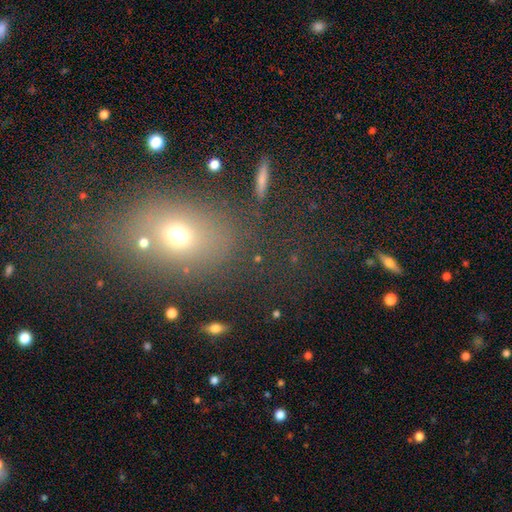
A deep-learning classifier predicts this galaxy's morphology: Overall: smooth (56%; star or artifact 29%). How rounded: in between (56%; round 41%). Merging: none (66%).